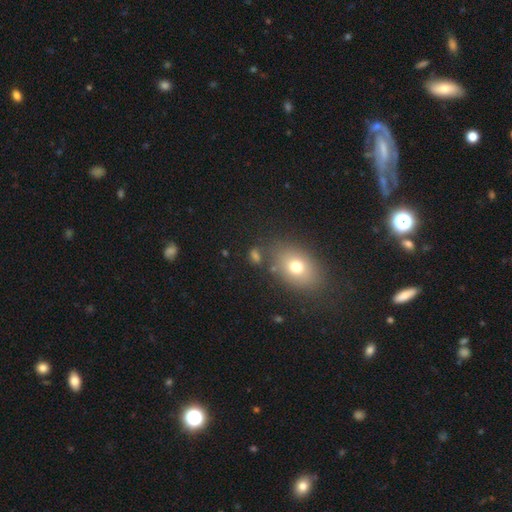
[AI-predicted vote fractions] The model was most divided on "how rounded": in between: 63%, round: 34%, cigar-shaped: 3%. More confident: merging — none (72%); smooth or featured — smooth (64%).